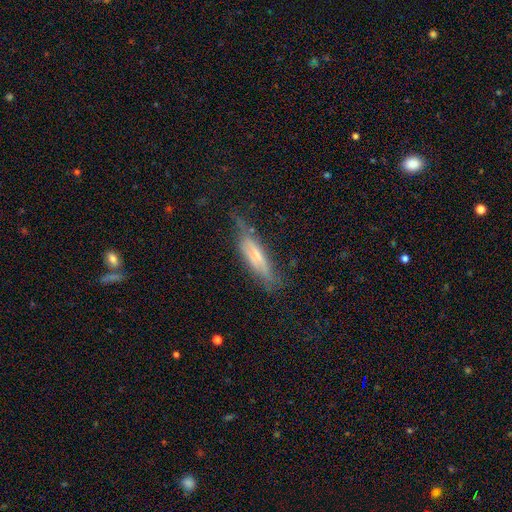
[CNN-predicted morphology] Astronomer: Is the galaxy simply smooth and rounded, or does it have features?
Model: featured or disk — 48% (runner-up: smooth, 44%).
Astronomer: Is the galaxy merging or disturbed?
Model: none — 58%.